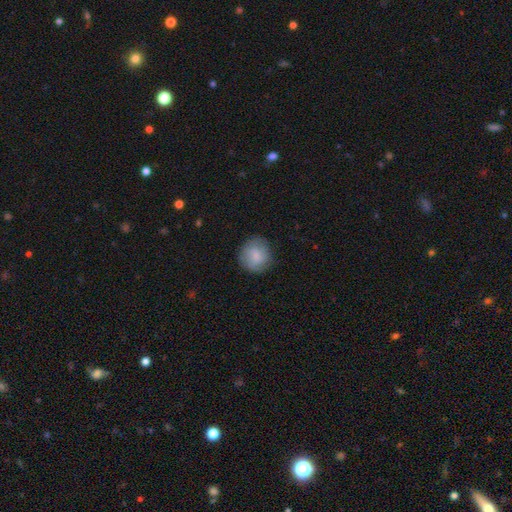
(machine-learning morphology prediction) The model was most divided on "smooth or featured": smooth: 78%, featured or disk: 15%, star or artifact: 7%. More confident: how rounded — round (89%); merging — none (81%).